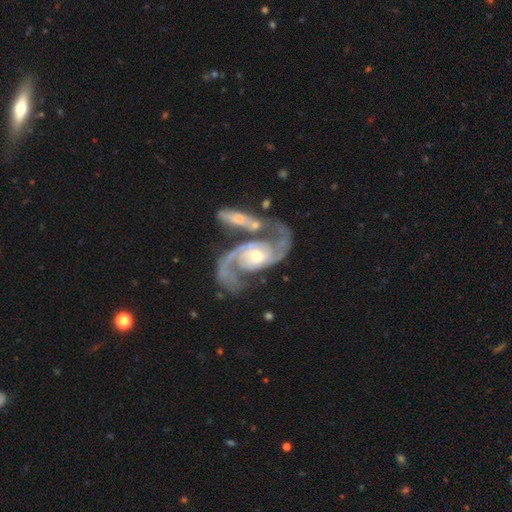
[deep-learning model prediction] A featured or disk galaxy (93%) with no bar (61%), 2 (93%) medium (58%) spiral arms (98%) and a moderate central bulge (50%).

Vote fractions:
- Smooth or featured? featured or disk: 93% / star or artifact: 4% / smooth: 3%
- Edge-on disk? no: 97% / yes: 3%
- Bar? no: 61% / weak: 27% / strong: 12%
- Spiral arms? yes: 98% / no: 2%
- Spiral winding? medium: 58% / tight: 21% / loose: 21%
- Spiral arm count? 2: 93% / can't tell: 2% / 3: 2% / 1: 1% / 4: 1% / more than 4: 1%
- Bulge size? moderate: 50% / small: 43% / large: 4% / none: 1% / dominant: 1%
- Merging? none: 45% / merger: 31% / minor disturbance: 13% / major disturbance: 11%